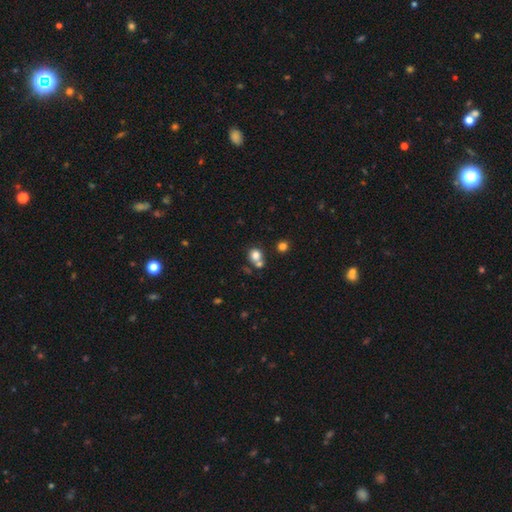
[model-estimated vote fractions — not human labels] smooth 78%, star or artifact 13%, featured or disk 9%. Down the decision tree: how rounded — round (80%); merging — none (53%).